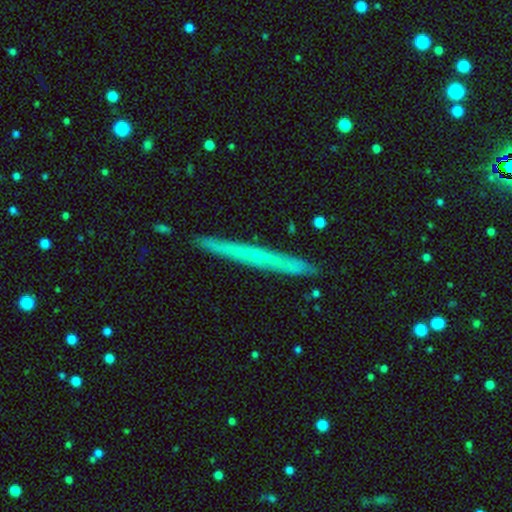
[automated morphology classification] smooth_or_featured: featured or disk (p=0.50) [alt: smooth p=0.43]
merging: none (p=0.91) [alt: minor disturbance p=0.07]